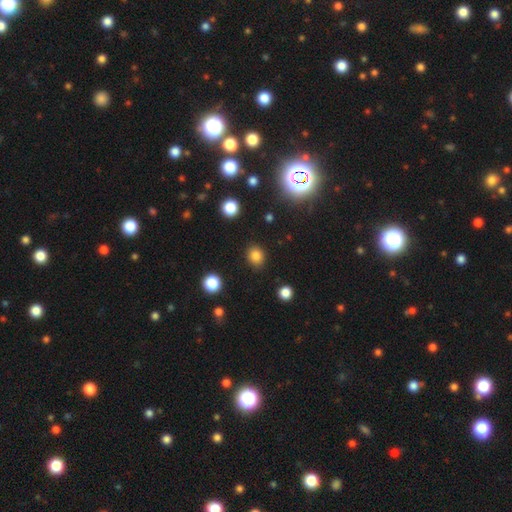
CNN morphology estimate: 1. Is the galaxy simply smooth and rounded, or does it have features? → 81% smooth, 14% star or artifact, 5% featured or disk.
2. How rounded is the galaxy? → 71% round, 28% in between, 1% cigar-shaped.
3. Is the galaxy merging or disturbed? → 88% none, 8% minor disturbance, 3% major disturbance, 2% merger.